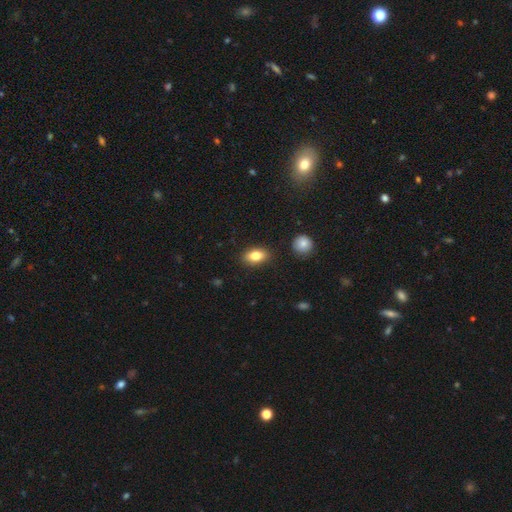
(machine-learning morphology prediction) The model was most divided on "smooth or featured": smooth: 83%, featured or disk: 9%, star or artifact: 8%. More confident: merging — none (87%); how rounded — in between (85%).